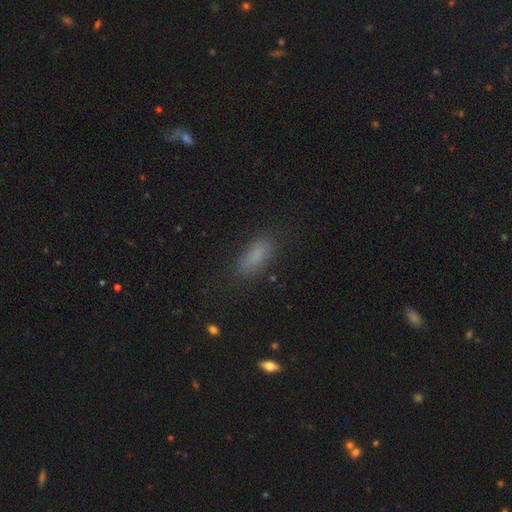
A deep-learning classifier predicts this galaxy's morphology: smooth 81%, star or artifact 12%, featured or disk 7%. Down the decision tree: how rounded — in between (71%); merging — none (77%).